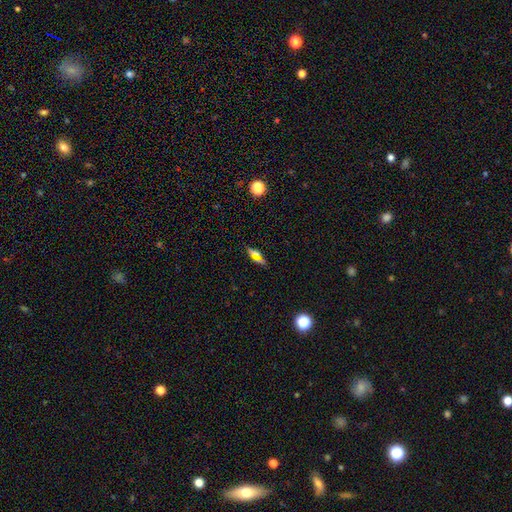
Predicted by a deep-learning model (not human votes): Q: Smooth or featured?
A: smooth (50%); runner-up: star or artifact (25%)
Q: How rounded?
A: in between (47%); runner-up: cigar-shaped (42%)
Q: Merging?
A: none (68%); runner-up: minor disturbance (15%)